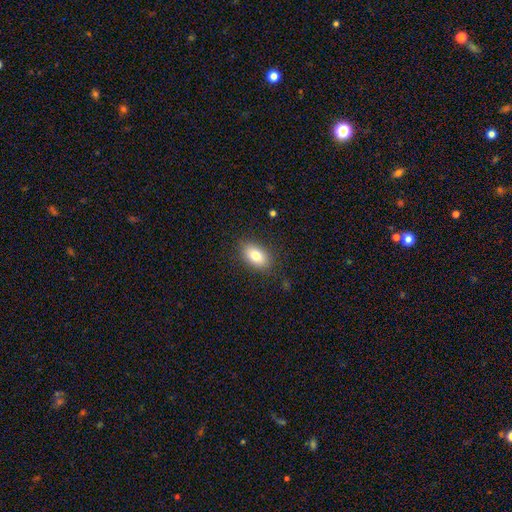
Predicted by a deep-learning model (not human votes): smooth 80%, featured or disk 11%, star or artifact 8%. Down the decision tree: how rounded — in between (88%); merging — none (85%).